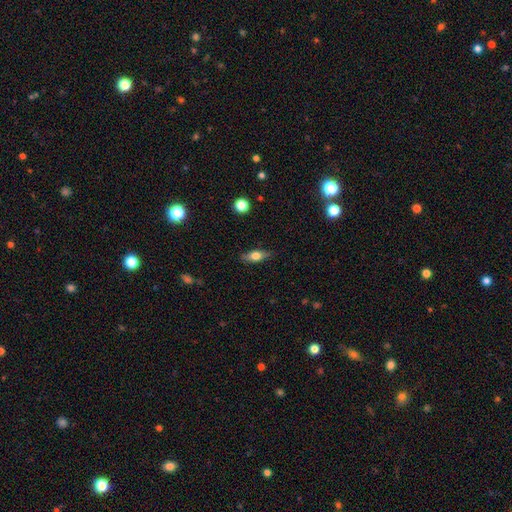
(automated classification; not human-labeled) Smooth or featured?
  - smooth: 59% *
  - featured or disk: 33%
  - star or artifact: 8%
How rounded?
  - in between: 68% *
  - cigar-shaped: 26%
  - round: 6%
Merging?
  - none: 83% *
  - minor disturbance: 13%
  - major disturbance: 3%
  - merger: 1%